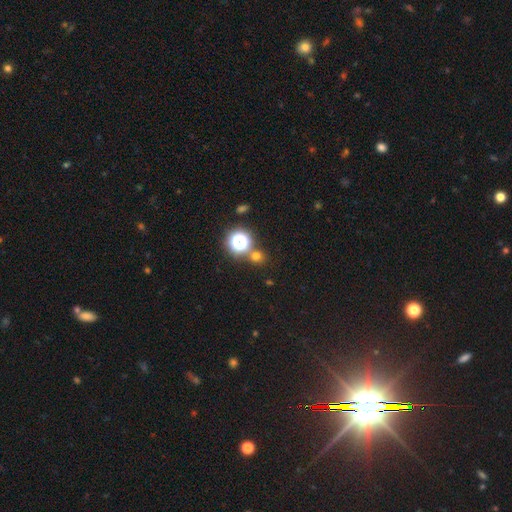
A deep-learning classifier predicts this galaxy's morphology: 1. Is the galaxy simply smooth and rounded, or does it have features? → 63% smooth, 31% star or artifact, 6% featured or disk.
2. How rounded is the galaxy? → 87% round, 12% in between, 1% cigar-shaped.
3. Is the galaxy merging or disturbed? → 75% none, 14% merger, 7% minor disturbance, 3% major disturbance.